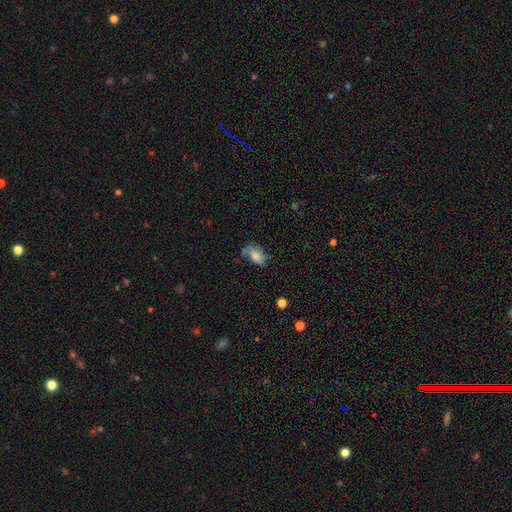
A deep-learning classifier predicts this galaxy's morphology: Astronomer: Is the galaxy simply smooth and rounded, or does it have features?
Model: smooth — 68%.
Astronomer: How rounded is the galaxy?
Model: in between — 89%.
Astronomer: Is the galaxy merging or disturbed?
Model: none — 49% (runner-up: minor disturbance, 29%).